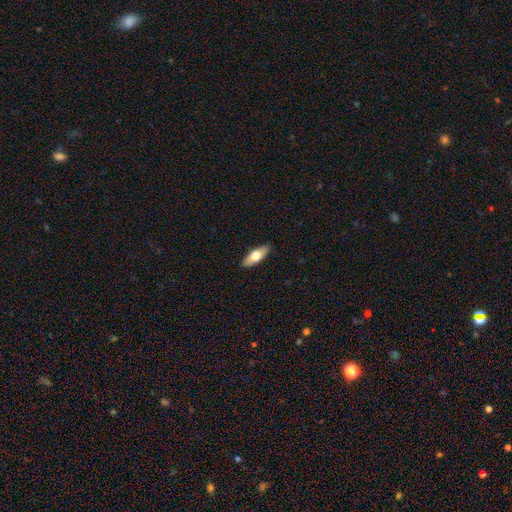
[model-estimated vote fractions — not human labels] Smooth or featured?
  - smooth: 64% *
  - featured or disk: 31%
  - star or artifact: 6%
How rounded?
  - in between: 71% *
  - cigar-shaped: 27%
  - round: 3%
Merging?
  - none: 89% *
  - minor disturbance: 9%
  - major disturbance: 2%
  - merger: 1%